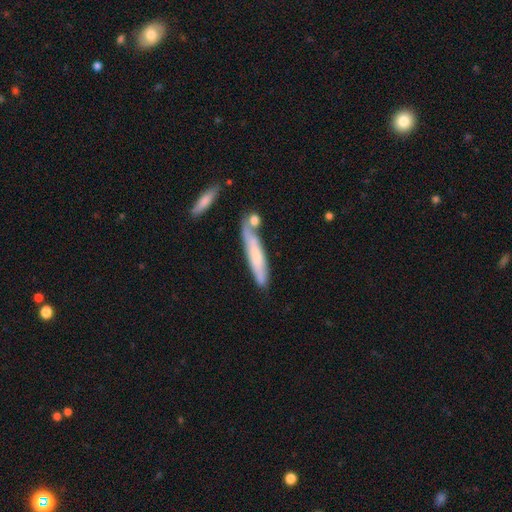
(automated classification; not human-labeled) Smooth or featured?
  - smooth: 58% *
  - featured or disk: 34%
  - star or artifact: 7%
How rounded?
  - cigar-shaped: 90% *
  - in between: 9%
  - round: 2%
Merging?
  - none: 59% *
  - minor disturbance: 20%
  - merger: 15%
  - major disturbance: 6%